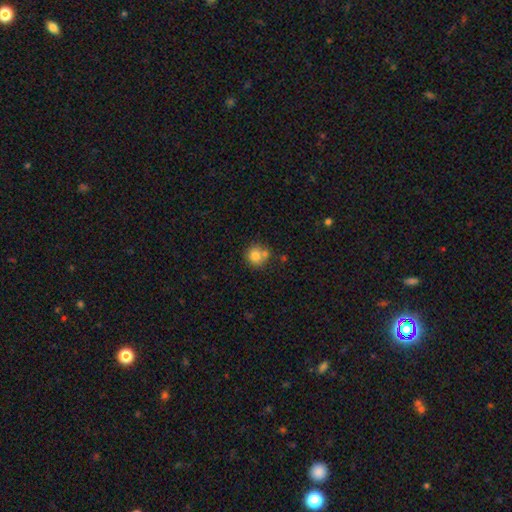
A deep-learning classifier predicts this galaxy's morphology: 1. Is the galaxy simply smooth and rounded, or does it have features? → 78% smooth, 11% featured or disk, 11% star or artifact.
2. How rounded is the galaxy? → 90% round, 9% in between, 1% cigar-shaped.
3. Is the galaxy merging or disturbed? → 59% none, 26% merger, 12% minor disturbance, 3% major disturbance.